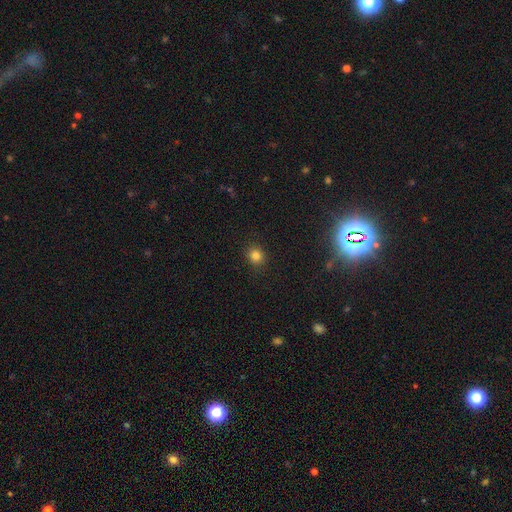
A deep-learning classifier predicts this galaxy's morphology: The model was most divided on "how rounded": round: 83%, in between: 16%, cigar-shaped: 1%. More confident: merging — none (90%); smooth or featured — smooth (82%).